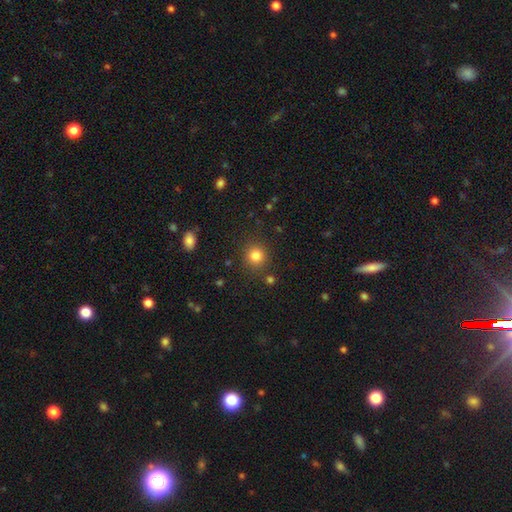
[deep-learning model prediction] The model was most divided on "smooth or featured": smooth: 82%, star or artifact: 13%, featured or disk: 5%. More confident: how rounded — round (91%); merging — none (86%).